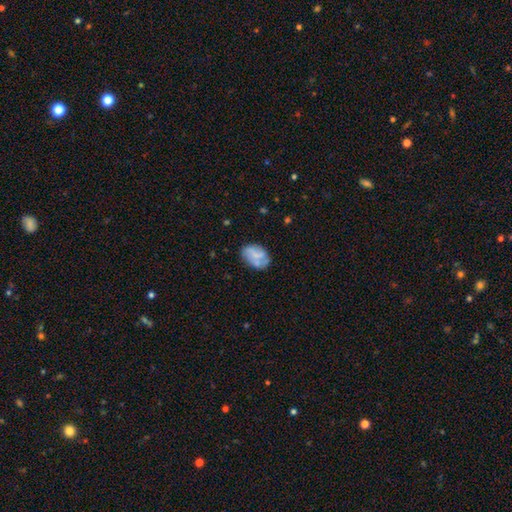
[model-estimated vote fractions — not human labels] Smooth or featured?
  - smooth: 54% *
  - featured or disk: 38%
  - star or artifact: 8%
How rounded?
  - in between: 85% *
  - round: 13%
  - cigar-shaped: 2%
Merging?
  - none: 59% *
  - minor disturbance: 25%
  - major disturbance: 10%
  - merger: 6%